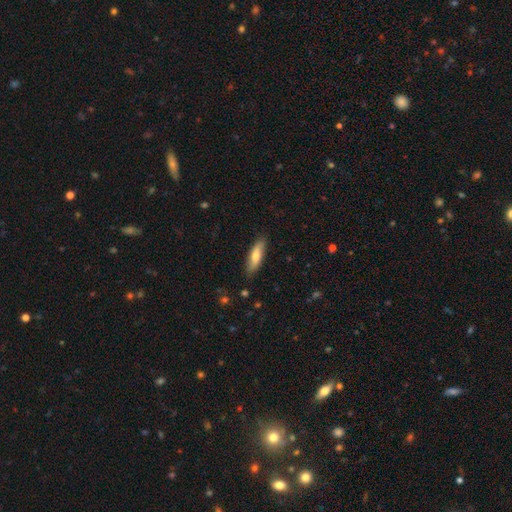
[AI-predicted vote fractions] Overall: smooth (70%). How rounded: cigar-shaped (61%; in between 37%). Merging: none (85%).